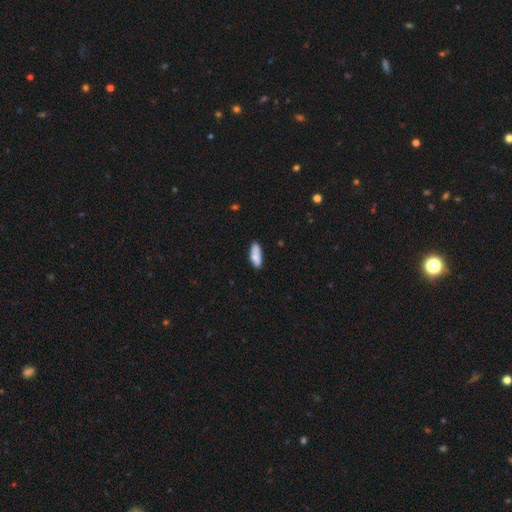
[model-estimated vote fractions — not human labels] The model was most divided on "how rounded": in between: 69%, cigar-shaped: 29%, round: 2%. More confident: smooth or featured — smooth (81%); merging — none (75%).